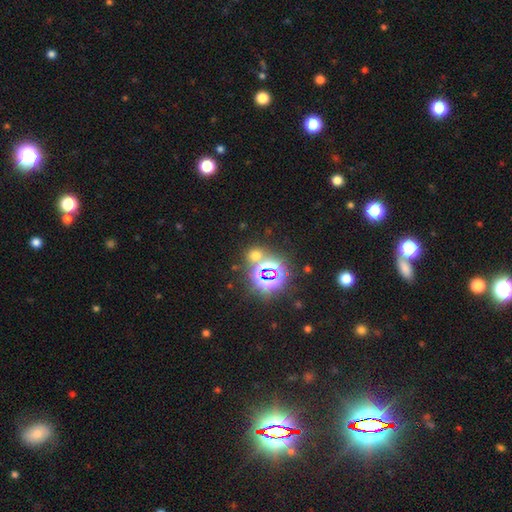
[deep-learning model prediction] Smooth or featured: star or artifact — 53% (smooth — 39%)